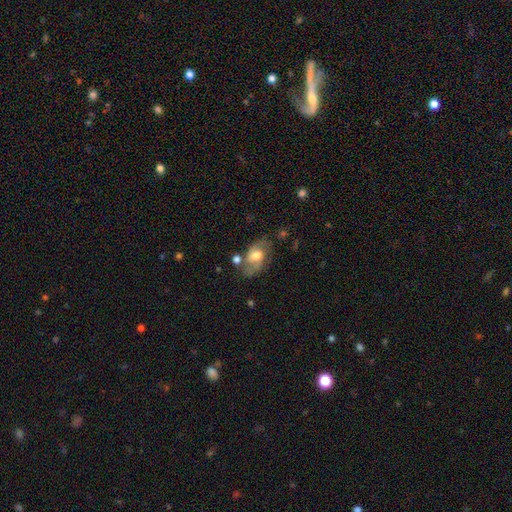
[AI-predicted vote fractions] This is possibly a featured or disk galaxy (55%). It is clearly not viewed edge-on (93%). Bar: likely no (63%). Spiral arm pattern: likely yes (74%). Central bulge: possibly moderate (56%). Merging: likely none (60%).